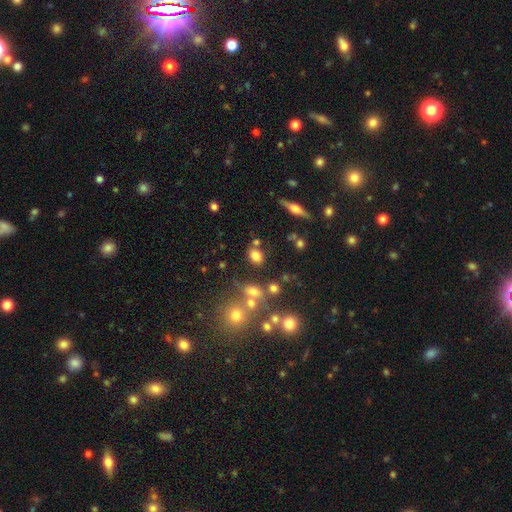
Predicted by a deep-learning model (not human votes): smooth_or_featured: smooth (p=0.75) [alt: star or artifact p=0.14]
how_rounded: in between (p=0.67) [alt: round p=0.30]
merging: none (p=0.71) [alt: minor disturbance p=0.13]